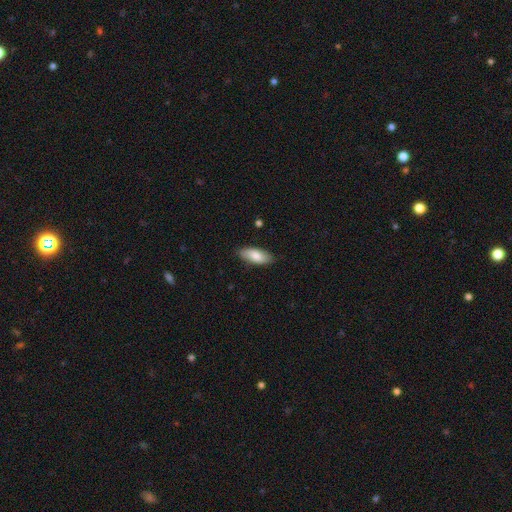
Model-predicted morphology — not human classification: This is clearly a smooth galaxy (81%). How rounded: clearly in between (82%). Merging: clearly none (85%).